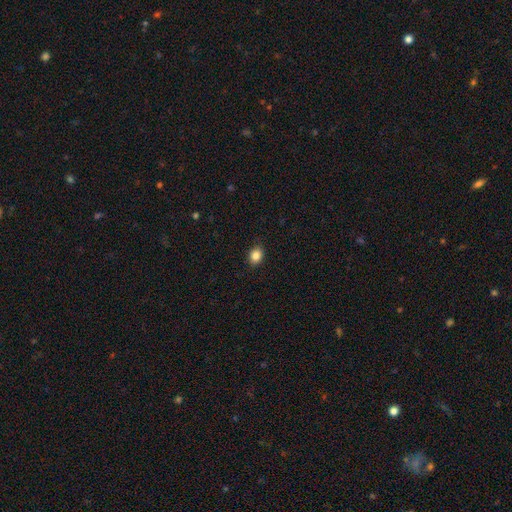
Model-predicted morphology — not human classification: Q: Smooth or featured?
A: smooth (85%); runner-up: star or artifact (10%)
Q: How rounded?
A: in between (54%); runner-up: round (45%)
Q: Merging?
A: none (89%); runner-up: minor disturbance (8%)